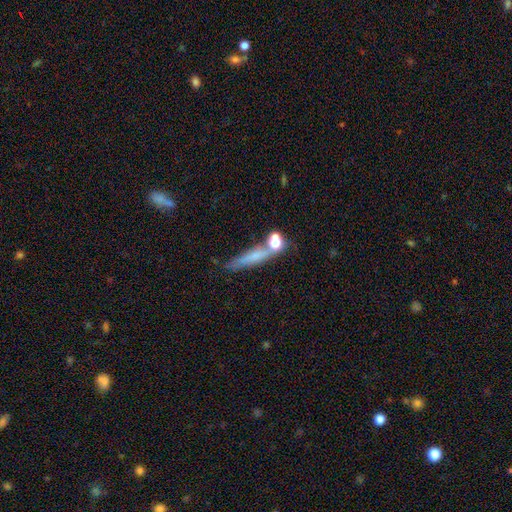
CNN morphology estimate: Q: Smooth or featured?
A: smooth (55%); runner-up: featured or disk (33%)
Q: How rounded?
A: cigar-shaped (78%); runner-up: in between (14%)
Q: Merging?
A: none (58%); runner-up: minor disturbance (17%)